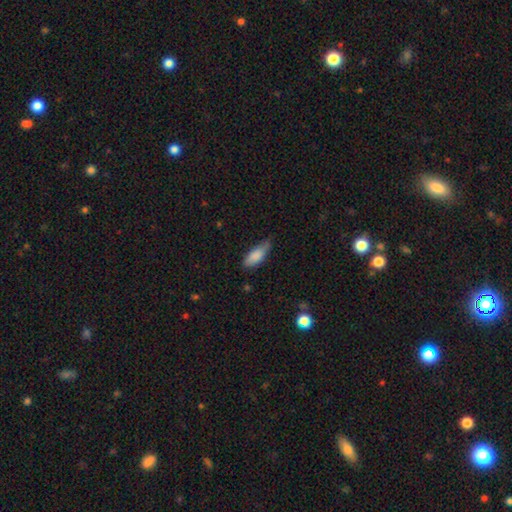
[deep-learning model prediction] This appears to be a smooth galaxy with no disk features (84%) that is in between round and cigar-shaped (71%). Merging: none (61%).